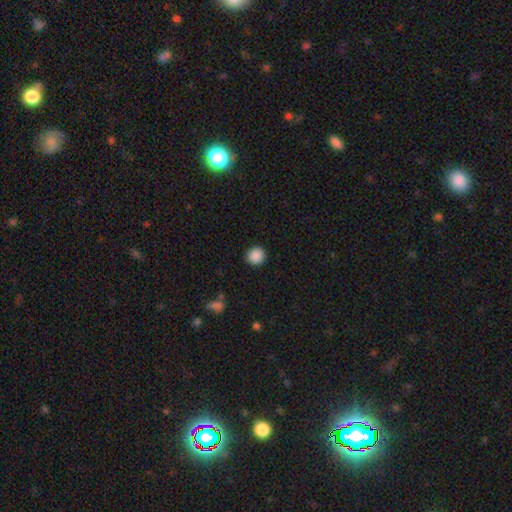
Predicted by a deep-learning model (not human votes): Smooth or featured? smooth (89%)
How rounded? round (92%)
Merging? none (92%)